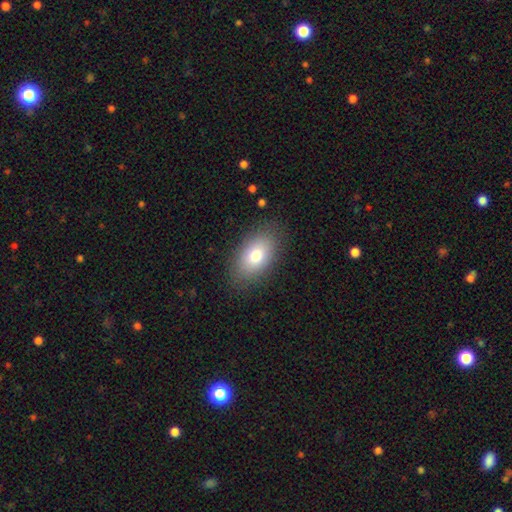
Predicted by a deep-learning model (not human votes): This is likely a smooth galaxy (77%). How rounded: clearly in between (90%). Merging: clearly none (84%).